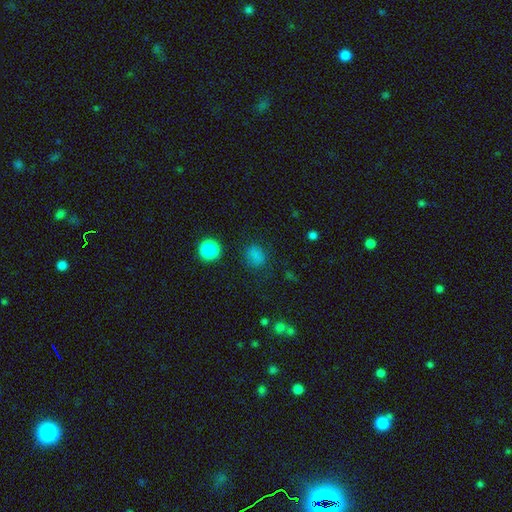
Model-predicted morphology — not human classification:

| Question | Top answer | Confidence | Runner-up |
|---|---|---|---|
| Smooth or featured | smooth | 74% | star or artifact (21%) |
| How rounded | round | 68% | in between (31%) |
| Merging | none | 78% | minor disturbance (14%) |